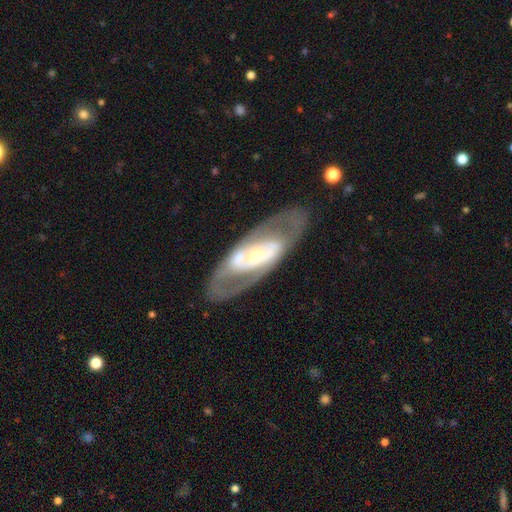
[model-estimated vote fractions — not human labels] Overall: featured or disk (80%). Edge-on disk: no (88%). Bar: no (45%; strong 29%). Spiral arms: yes (63%; no 37%). Bulge size: small (49%; moderate 41%). Merging: none (76%).